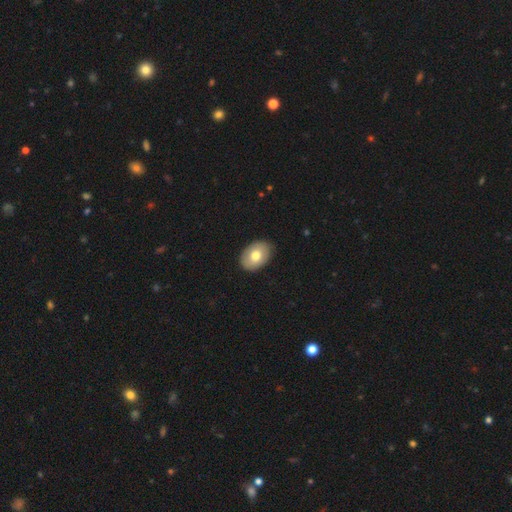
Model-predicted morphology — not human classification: Q: Smooth or featured?
A: smooth (72%); runner-up: featured or disk (21%)
Q: How rounded?
A: in between (82%); runner-up: round (17%)
Q: Merging?
A: none (88%); runner-up: minor disturbance (10%)